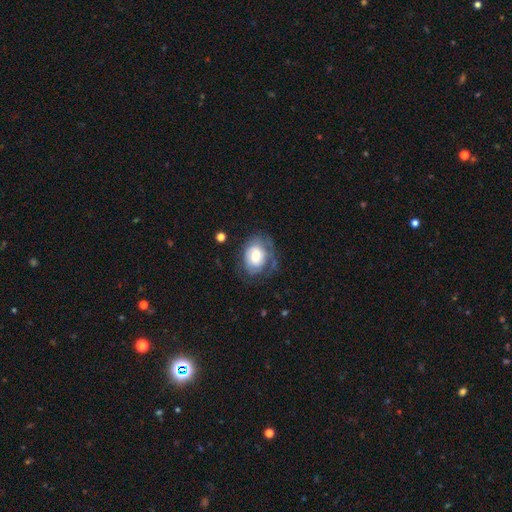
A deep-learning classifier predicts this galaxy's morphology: smooth-or-featured: smooth: 47% | featured or disk: 45% | star or artifact: 8%
  merging: none: 50% | minor disturbance: 27% | major disturbance: 20% | merger: 2%